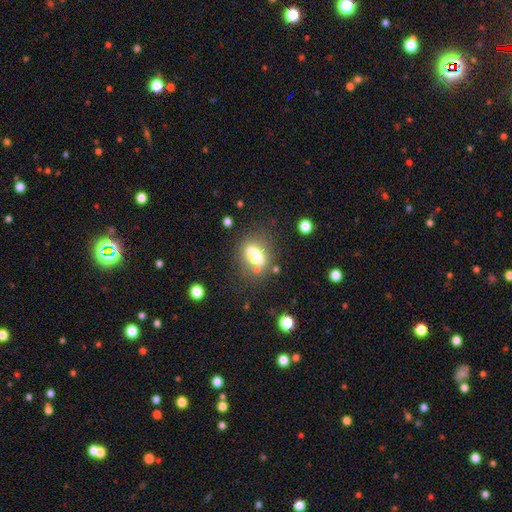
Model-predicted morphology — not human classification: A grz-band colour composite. It shows a smooth galaxy with no disk features (66%) that is in between round and cigar-shaped (68%). Merging: none (70%).